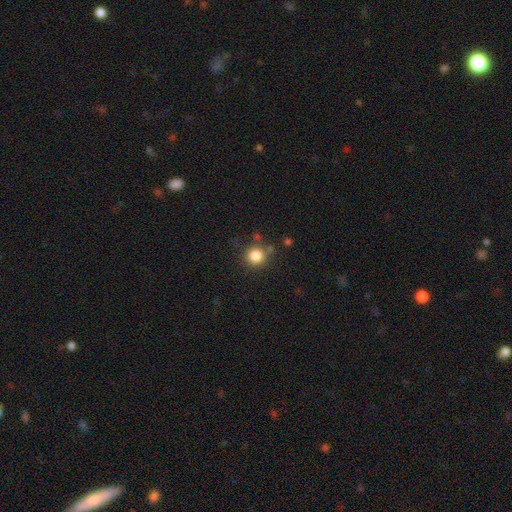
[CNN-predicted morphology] A smooth galaxy with no disk features (84%) that is round (92%).

Vote fractions:
- Smooth or featured? smooth: 84% / star or artifact: 12% / featured or disk: 5%
- How rounded? round: 92% / in between: 7% / cigar-shaped: 1%
- Merging? none: 81% / minor disturbance: 10% / merger: 6% / major disturbance: 3%